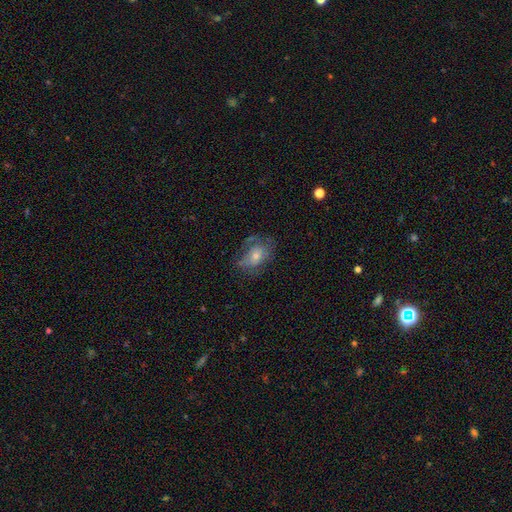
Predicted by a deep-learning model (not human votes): smooth-or-featured: featured or disk: 50% | smooth: 37% | star or artifact: 13%
  merging: none: 53% | minor disturbance: 24% | major disturbance: 20% | merger: 2%